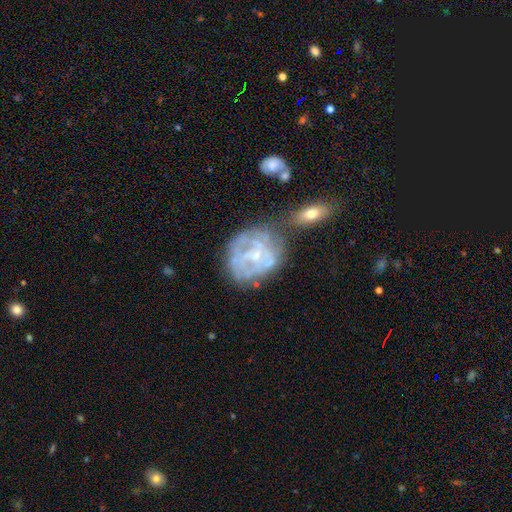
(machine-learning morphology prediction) type=featured or disk (72%); edge-on=no (97%); bar=no (71%); spiral arms=yes (56%); bulge=small (67%); merging=none (49%).